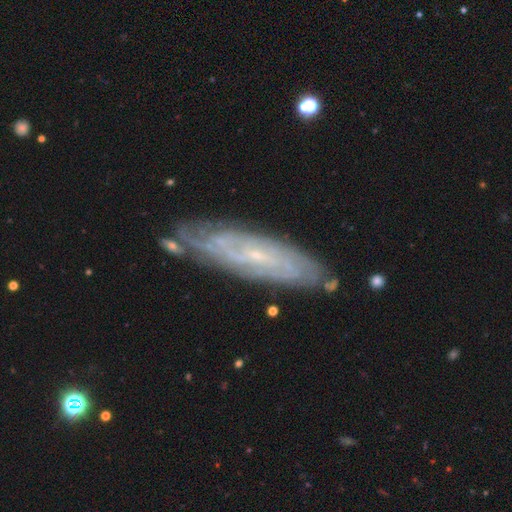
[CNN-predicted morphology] smooth-or-featured: featured or disk: 81% | smooth: 13% | star or artifact: 6%
  disk-edge-on: no: 80% | yes: 20%
    bar: no: 54% | weak: 36% | strong: 10%
    has-spiral-arms: yes: 92% | no: 8%
      spiral-winding: tight: 72% | medium: 22% | loose: 6%
      spiral-arm-count: can't tell: 54% | 2: 16% | 4: 10% | 3: 9% | more than 4: 7% | 1: 5%
    bulge-size: small: 83% | moderate: 11% | none: 4% | large: 1% | dominant: 1%
  merging: none: 77% | minor disturbance: 16% | major disturbance: 4% | merger: 3%